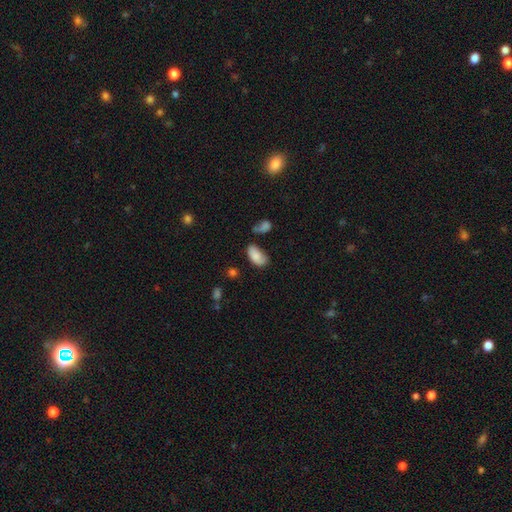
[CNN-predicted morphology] smooth 81%, featured or disk 12%, star or artifact 8%. Down the decision tree: how rounded — in between (94%); merging — none (46%).